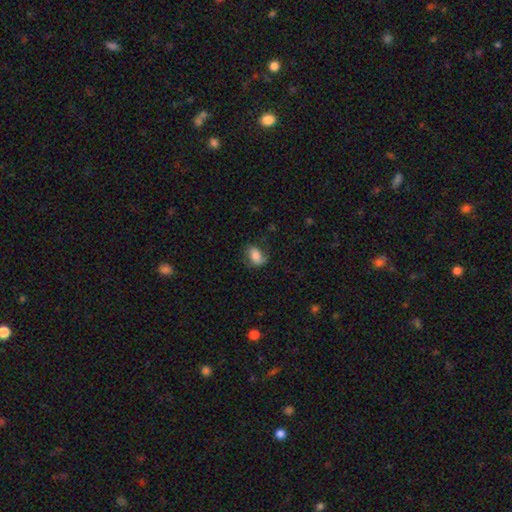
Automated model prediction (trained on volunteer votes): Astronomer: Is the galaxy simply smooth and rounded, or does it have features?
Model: smooth — 71%.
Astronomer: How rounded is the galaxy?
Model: in between — 83%.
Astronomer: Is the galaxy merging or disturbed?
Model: none — 62%.